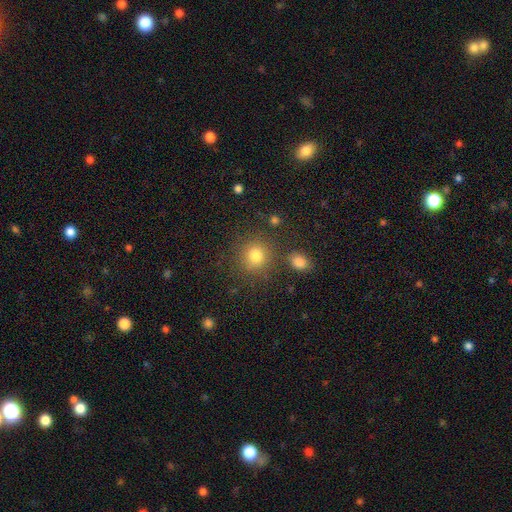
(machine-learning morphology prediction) smooth 78%, star or artifact 14%, featured or disk 8%. Down the decision tree: how rounded — round (87%); merging — none (81%).